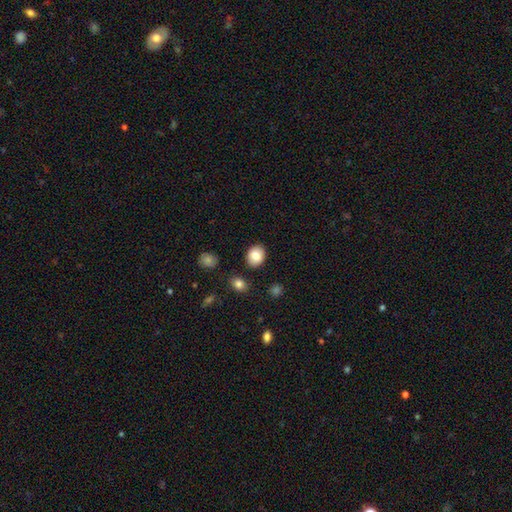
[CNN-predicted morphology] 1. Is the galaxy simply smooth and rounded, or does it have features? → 83% smooth, 9% featured or disk, 8% star or artifact.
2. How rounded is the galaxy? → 54% round, 45% in between, 1% cigar-shaped.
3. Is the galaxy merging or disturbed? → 88% none, 7% minor disturbance, 2% merger, 2% major disturbance.